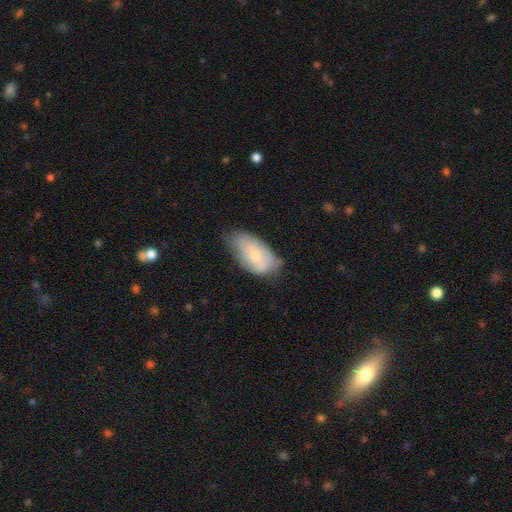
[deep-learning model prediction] smooth 64%, featured or disk 29%, star or artifact 7%. Down the decision tree: how rounded — in between (93%); merging — none (45%).